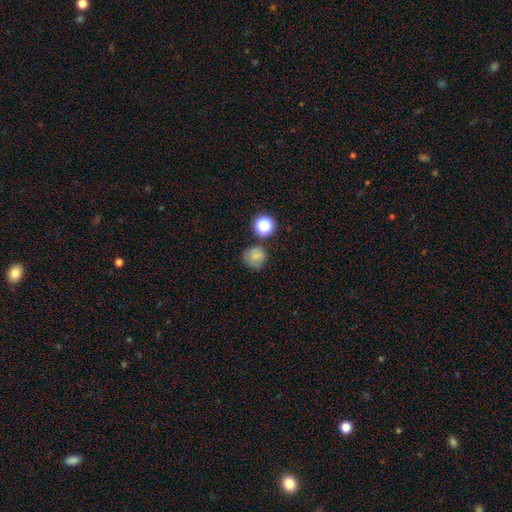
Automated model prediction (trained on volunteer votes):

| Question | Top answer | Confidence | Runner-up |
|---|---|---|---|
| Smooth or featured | smooth | 74% | star or artifact (16%) |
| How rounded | round | 87% | in between (12%) |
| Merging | none | 69% | minor disturbance (16%) |